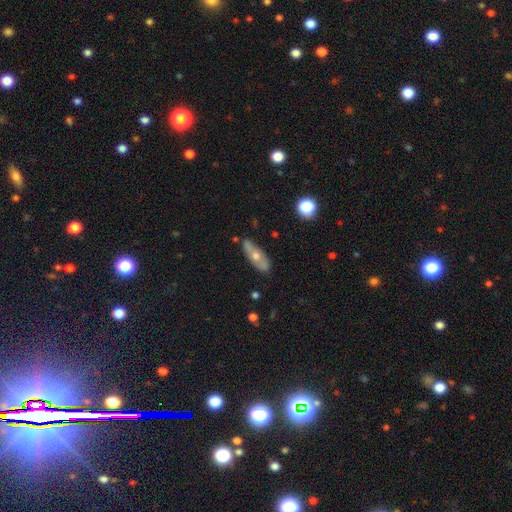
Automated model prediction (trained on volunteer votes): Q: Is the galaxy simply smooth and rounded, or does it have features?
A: featured or disk — 49%.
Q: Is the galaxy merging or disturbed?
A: none — 78%.